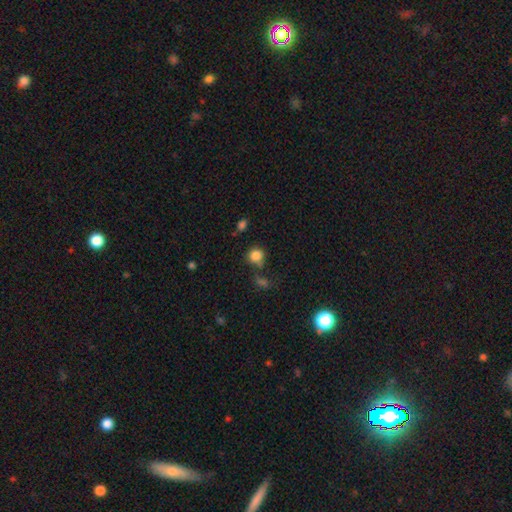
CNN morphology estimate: Overall: smooth (83%). How rounded: round (86%). Merging: none (65%).